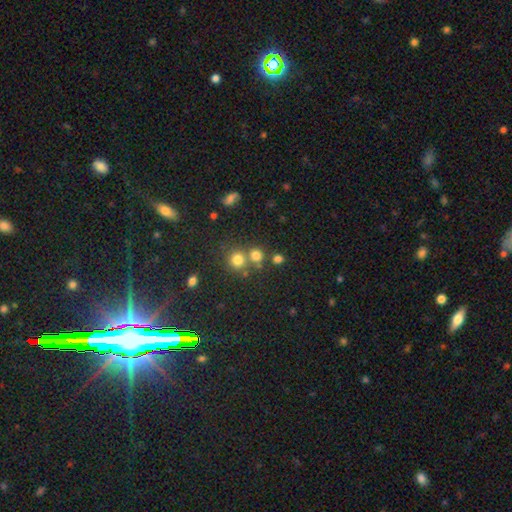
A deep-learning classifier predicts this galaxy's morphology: A smooth galaxy with no disk features (73%) that is round (87%). Merging: none (60%).